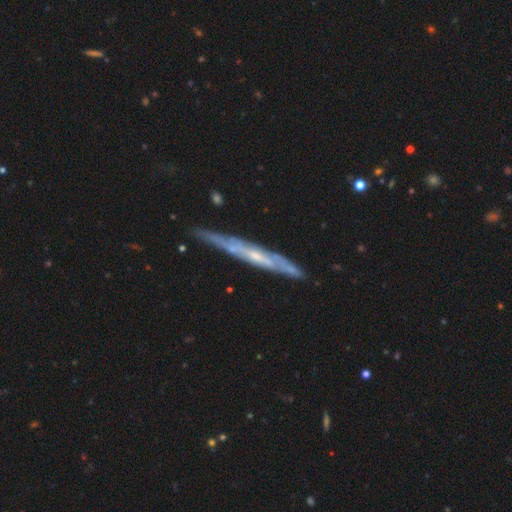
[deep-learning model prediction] smooth_or_featured: featured or disk (p=0.74) [alt: smooth p=0.19]
disk_edge_on: yes (p=0.83) [alt: no p=0.17]
edge_on_bulge: none (p=0.61) [alt: rounded p=0.33]
merging: none (p=0.79) [alt: minor disturbance p=0.16]